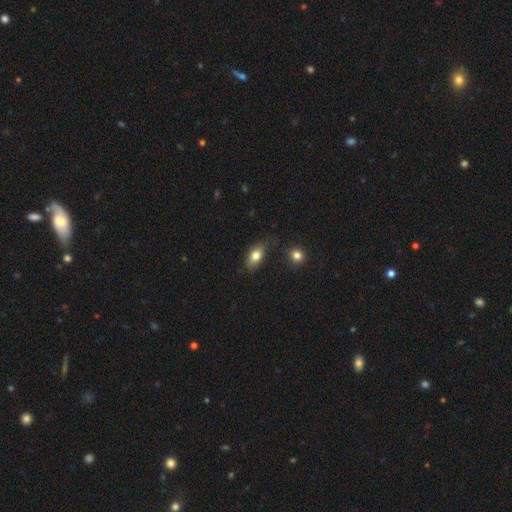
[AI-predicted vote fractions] Smooth or featured?
  - smooth: 79% *
  - featured or disk: 13%
  - star or artifact: 8%
How rounded?
  - in between: 86% *
  - round: 7%
  - cigar-shaped: 6%
Merging?
  - none: 71% *
  - minor disturbance: 21%
  - major disturbance: 5%
  - merger: 4%